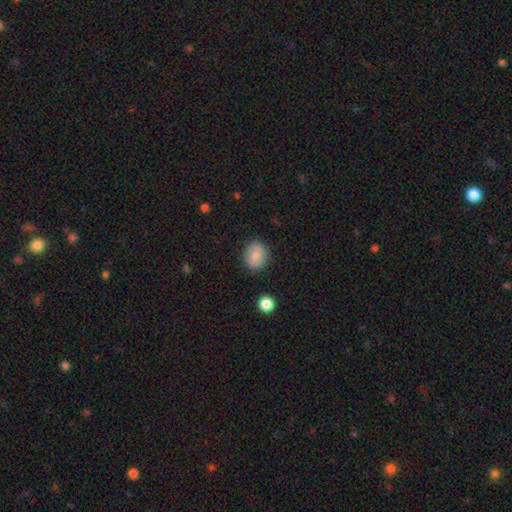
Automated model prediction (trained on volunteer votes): Smooth or featured: smooth — 80% (featured or disk — 11%)
How rounded: round — 63% (in between — 36%)
Merging: none — 86% (minor disturbance — 10%)